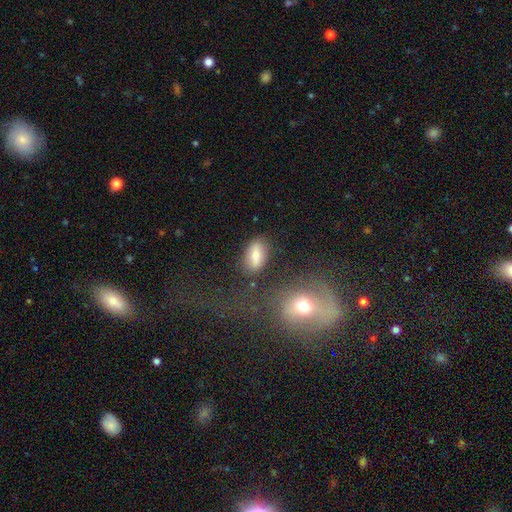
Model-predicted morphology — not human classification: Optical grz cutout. It shows a smooth galaxy with no disk features (78%) that is in between round and cigar-shaped (88%). Merging: none (78%).